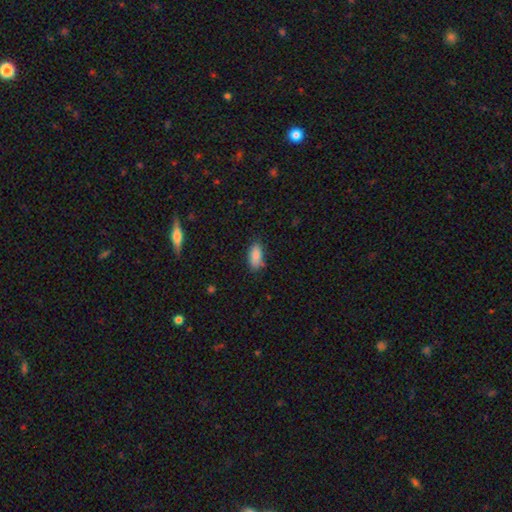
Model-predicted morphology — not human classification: Smooth or featured? smooth (86%)
How rounded? in between (86%)
Merging? none (76%)